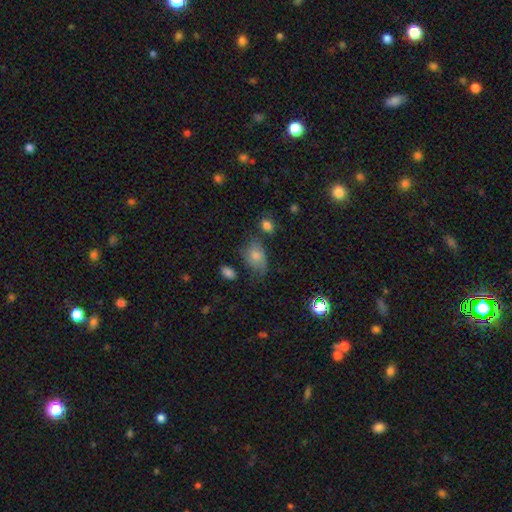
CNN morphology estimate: Smooth or featured: smooth — 56% (featured or disk — 29%)
How rounded: in between — 79% (round — 19%)
Merging: none — 46% (minor disturbance — 32%)